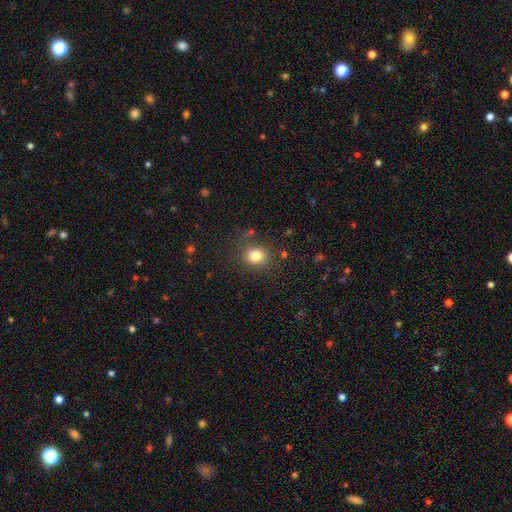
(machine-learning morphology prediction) Smooth or featured: smooth — 81% (star or artifact — 12%)
How rounded: round — 69% (in between — 30%)
Merging: none — 82% (minor disturbance — 11%)